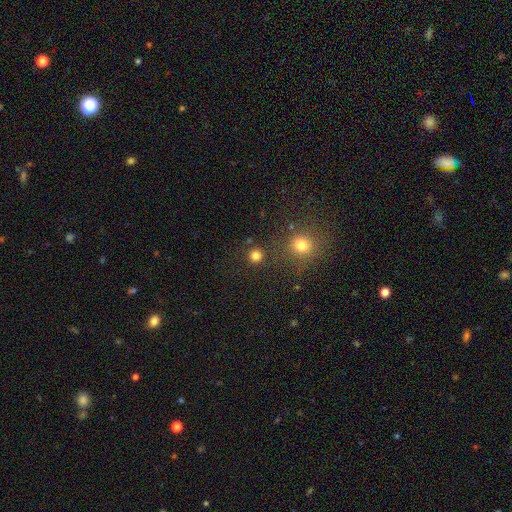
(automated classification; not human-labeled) Q: Smooth or featured?
A: smooth (79%); runner-up: star or artifact (17%)
Q: How rounded?
A: round (94%); runner-up: in between (5%)
Q: Merging?
A: none (87%); runner-up: minor disturbance (6%)